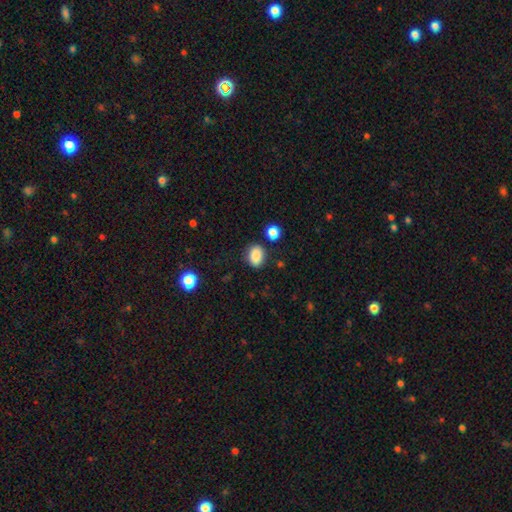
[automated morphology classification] smooth-or-featured: smooth: 87% | star or artifact: 9% | featured or disk: 4%
  how-rounded: in between: 68% | round: 31% | cigar-shaped: 1%
  merging: none: 79% | minor disturbance: 13% | merger: 5% | major disturbance: 3%